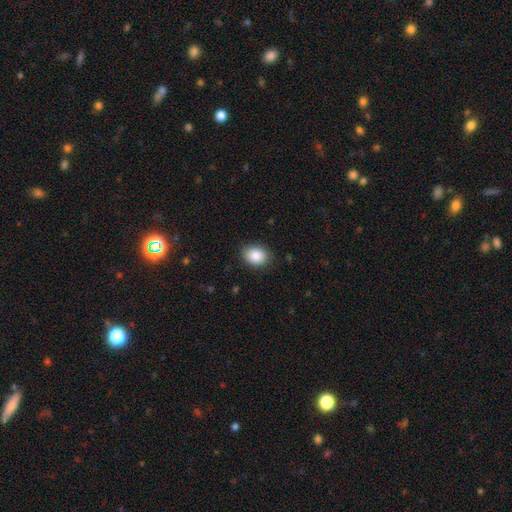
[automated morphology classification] This is clearly a smooth galaxy (86%). How rounded: possibly in between (58%). Merging: clearly none (86%).